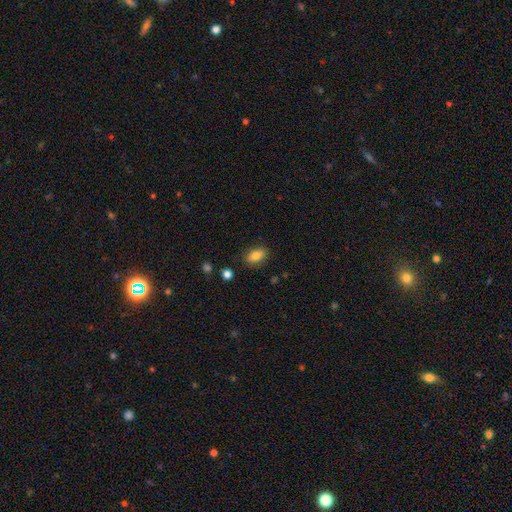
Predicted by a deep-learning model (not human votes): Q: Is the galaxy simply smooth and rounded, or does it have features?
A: smooth — 81%.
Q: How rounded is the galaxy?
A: in between — 86%.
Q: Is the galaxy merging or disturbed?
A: none — 85%.